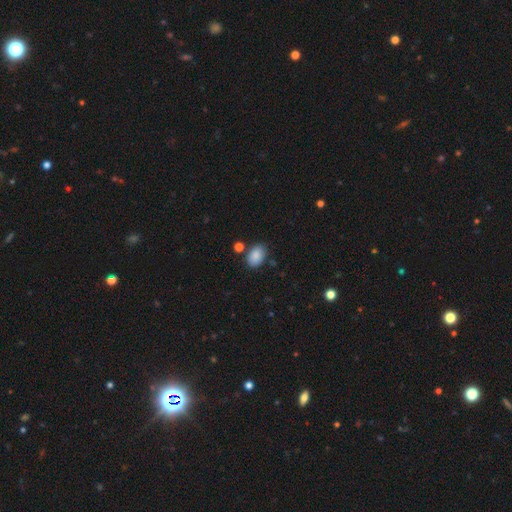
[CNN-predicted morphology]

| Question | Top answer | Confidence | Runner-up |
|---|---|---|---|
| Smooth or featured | smooth | 88% | star or artifact (8%) |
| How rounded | in between | 86% | round (13%) |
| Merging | none | 78% | minor disturbance (13%) |